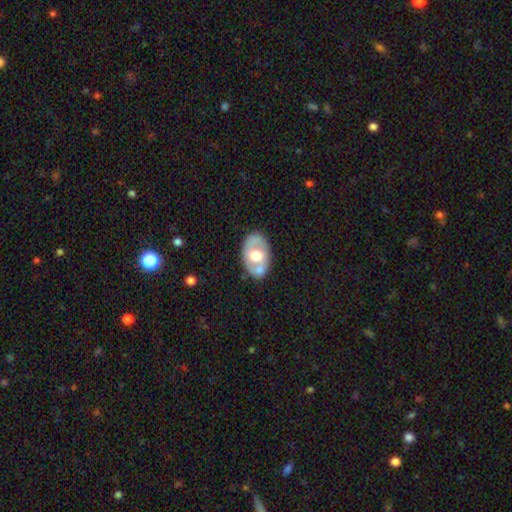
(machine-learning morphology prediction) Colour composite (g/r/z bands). It shows a featured or disk galaxy (51%). Merging: none (62%).